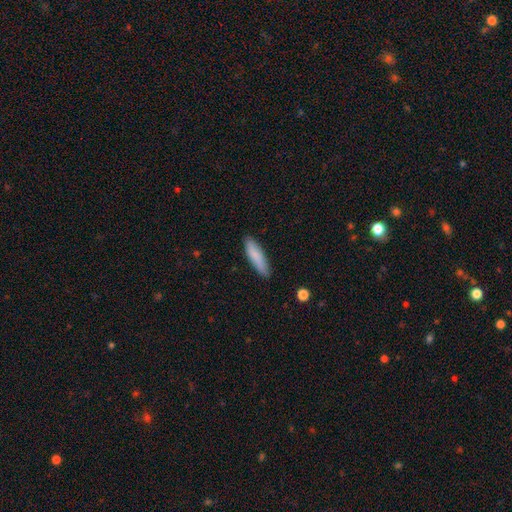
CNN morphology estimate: This appears to be a smooth galaxy with no disk features (84%) that is cigar-shaped (71%). Merging: none (85%).